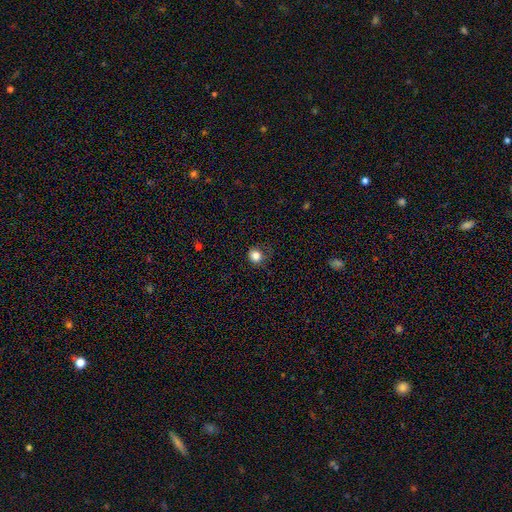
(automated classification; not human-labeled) Smooth or featured? smooth (84%)
How rounded? round (84%)
Merging? none (79%)